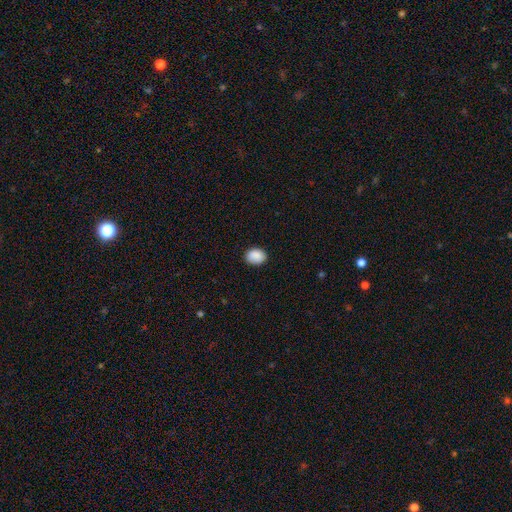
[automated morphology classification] smooth-or-featured: smooth: 89% | star or artifact: 7% | featured or disk: 3%
  how-rounded: in between: 60% | round: 39% | cigar-shaped: 1%
  merging: none: 87% | minor disturbance: 10% | major disturbance: 2% | merger: 1%